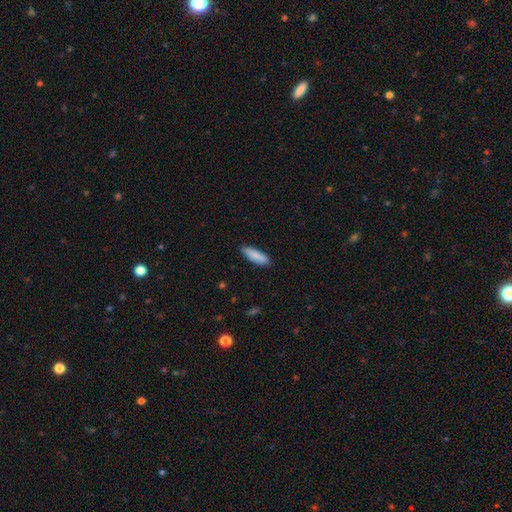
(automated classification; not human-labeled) Morphology: type=smooth (88%); roundness=cigar-shaped (51%); merging=none (85%).